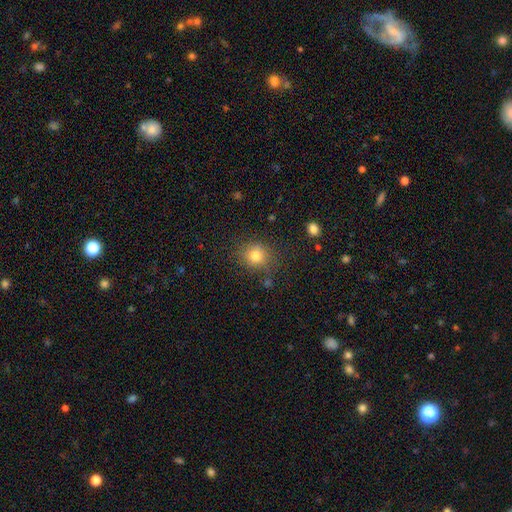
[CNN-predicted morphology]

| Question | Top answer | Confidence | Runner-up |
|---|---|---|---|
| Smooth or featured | smooth | 79% | star or artifact (13%) |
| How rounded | round | 82% | in between (17%) |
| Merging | none | 81% | minor disturbance (12%) |